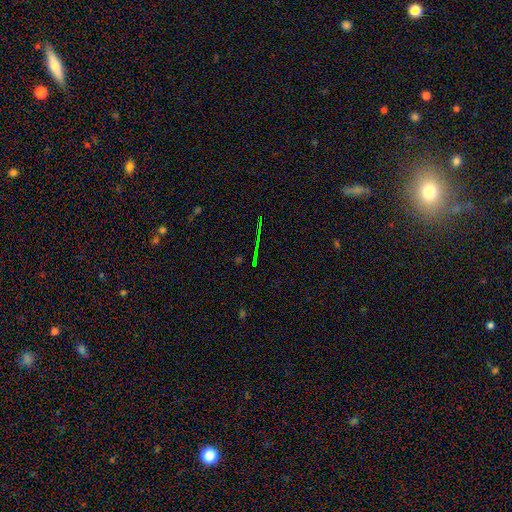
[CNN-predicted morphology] Smooth or featured? Predicted: star or artifact (p=0.74).